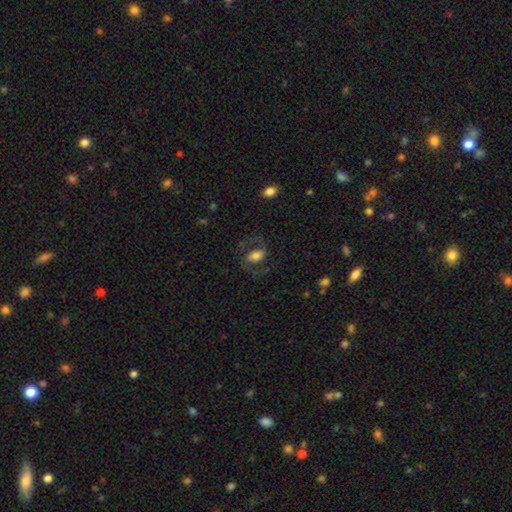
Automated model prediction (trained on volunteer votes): smooth-or-featured: featured or disk: 52% | smooth: 39% | star or artifact: 9%
  disk-edge-on: no: 95% | yes: 5%
  merging: none: 66% | major disturbance: 17% | minor disturbance: 15% | merger: 2%